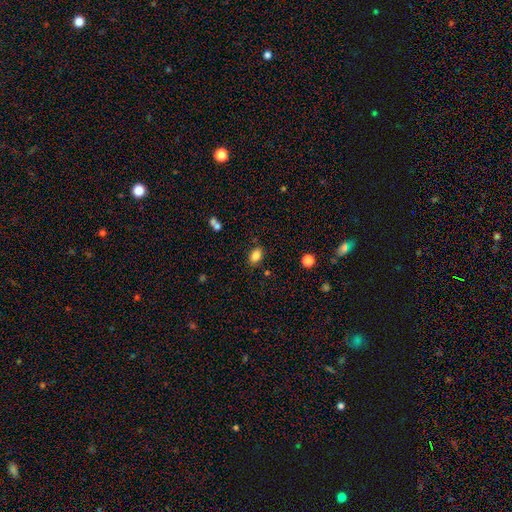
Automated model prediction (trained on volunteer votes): This is clearly a smooth galaxy (85%). How rounded: clearly in between (83%). Merging: clearly none (82%).